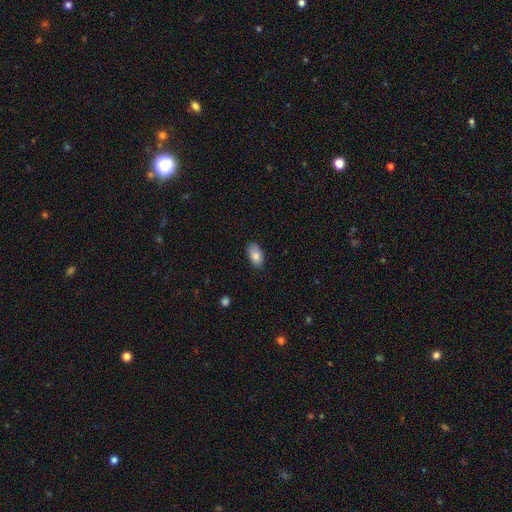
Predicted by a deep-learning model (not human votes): smooth-or-featured: smooth: 84% | featured or disk: 9% | star or artifact: 7%
  how-rounded: in between: 94% | round: 4% | cigar-shaped: 2%
  merging: none: 84% | minor disturbance: 13% | major disturbance: 2% | merger: 1%